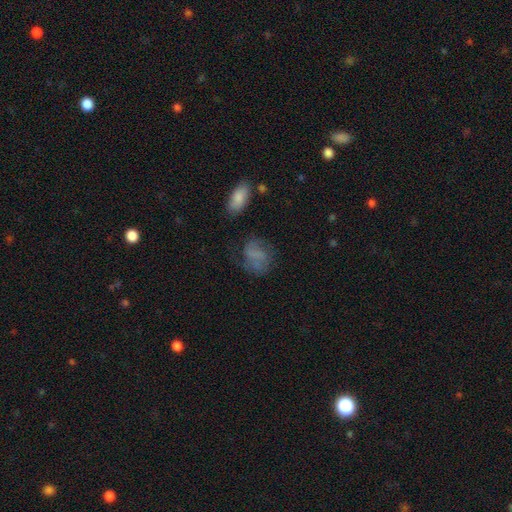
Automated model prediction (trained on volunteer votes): smooth-or-featured: smooth: 56% | featured or disk: 32% | star or artifact: 12%
  how-rounded: in between: 54% | round: 44% | cigar-shaped: 2%
  merging: none: 57% | minor disturbance: 23% | major disturbance: 16% | merger: 4%